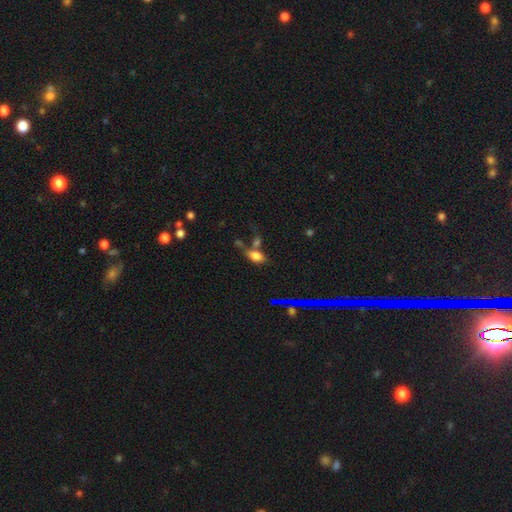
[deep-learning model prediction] The model was most divided on "merging": none: 44%, merger: 33%, minor disturbance: 15%, major disturbance: 8%. More confident: how rounded — in between (84%); smooth or featured — smooth (75%).